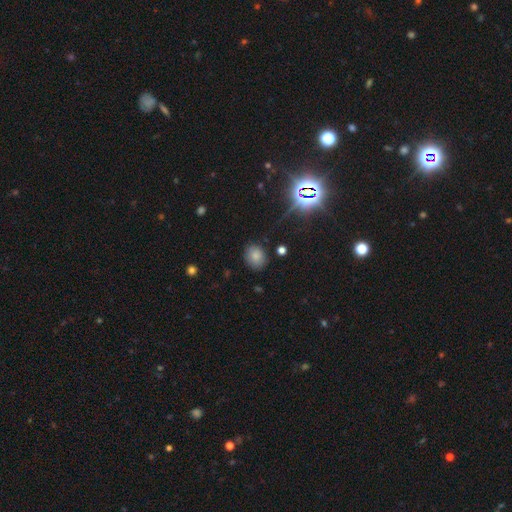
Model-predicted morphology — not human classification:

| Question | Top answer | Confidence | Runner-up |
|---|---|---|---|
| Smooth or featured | smooth | 78% | star or artifact (15%) |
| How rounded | round | 57% | in between (41%) |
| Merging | none | 84% | minor disturbance (12%) |